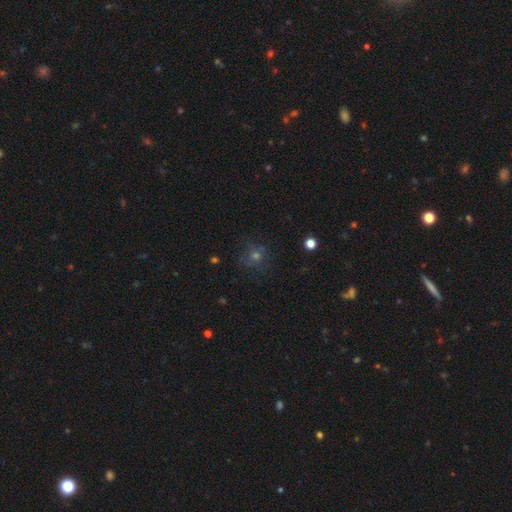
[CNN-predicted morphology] Smooth or featured? smooth (50%)
Merging? none (79%)